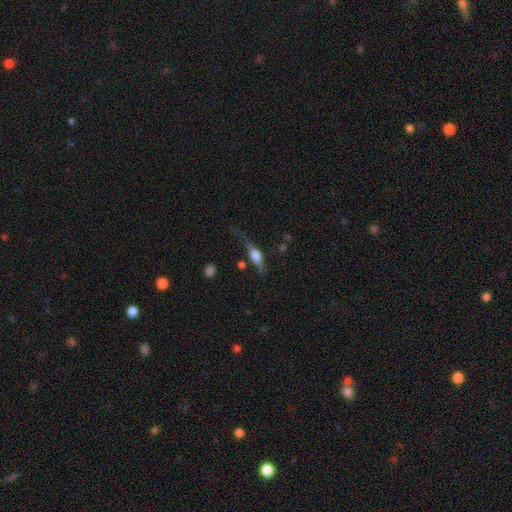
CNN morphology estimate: smooth-or-featured: featured or disk: 47% | smooth: 45% | star or artifact: 8%
  merging: none: 45% | minor disturbance: 25% | major disturbance: 23% | merger: 6%